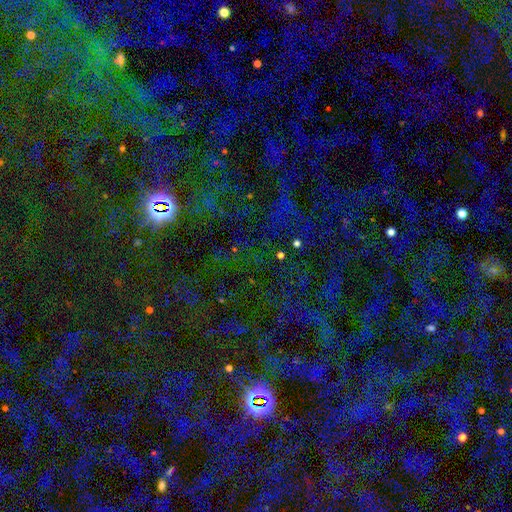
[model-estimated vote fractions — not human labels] smooth_or_featured: star or artifact (p=0.75) [alt: smooth p=0.16]